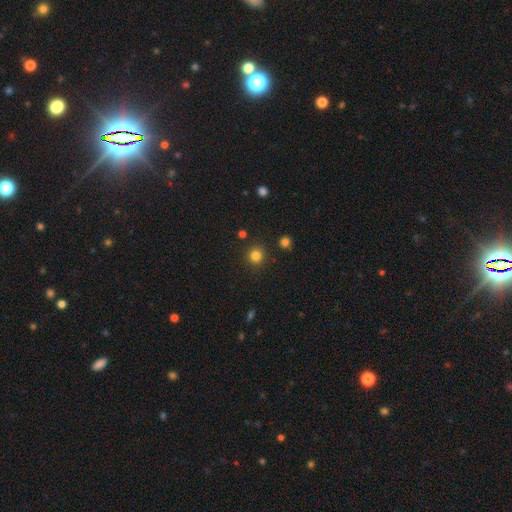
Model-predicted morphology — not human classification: A smooth galaxy with no disk features (81%) that is round (93%). Merging: none (88%).